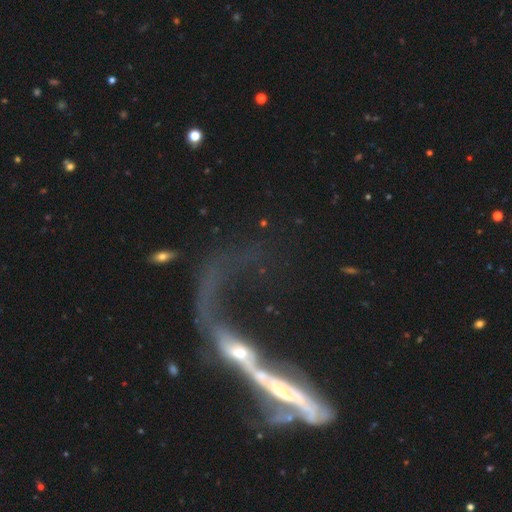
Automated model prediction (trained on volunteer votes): smooth_or_featured: featured or disk (p=0.70) [alt: smooth p=0.17]
disk_edge_on: no (p=0.65) [alt: yes p=0.35]
merging: merger (p=0.65) [alt: major disturbance p=0.20]